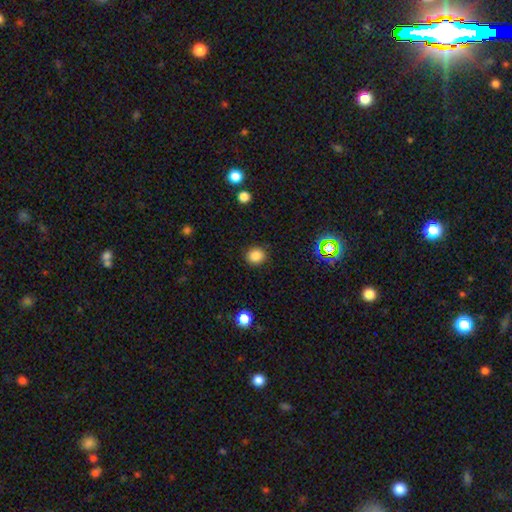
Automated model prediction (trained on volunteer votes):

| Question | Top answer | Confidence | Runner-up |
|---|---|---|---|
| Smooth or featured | smooth | 84% | star or artifact (12%) |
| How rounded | round | 82% | in between (17%) |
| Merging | none | 89% | minor disturbance (7%) |